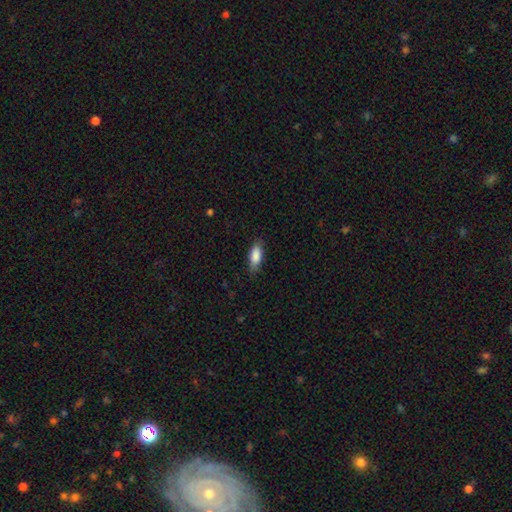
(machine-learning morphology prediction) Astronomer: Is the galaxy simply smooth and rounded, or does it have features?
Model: smooth — 85%.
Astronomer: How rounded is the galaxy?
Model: in between — 77%.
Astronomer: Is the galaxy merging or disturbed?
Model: none — 79%.